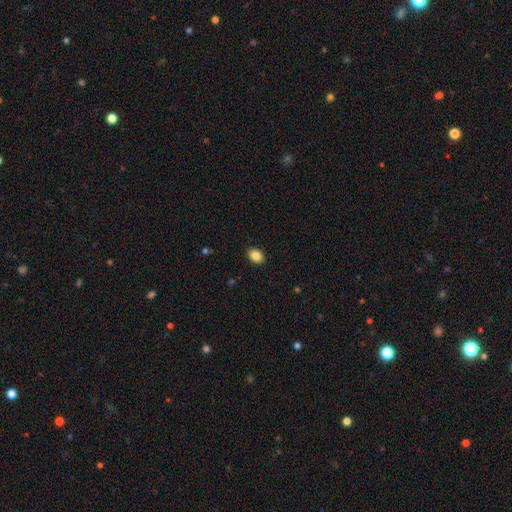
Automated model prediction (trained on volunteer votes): Smooth or featured?
  - smooth: 87% *
  - star or artifact: 9%
  - featured or disk: 4%
How rounded?
  - in between: 74% *
  - round: 25%
  - cigar-shaped: 1%
Merging?
  - none: 89% *
  - minor disturbance: 8%
  - major disturbance: 2%
  - merger: 1%